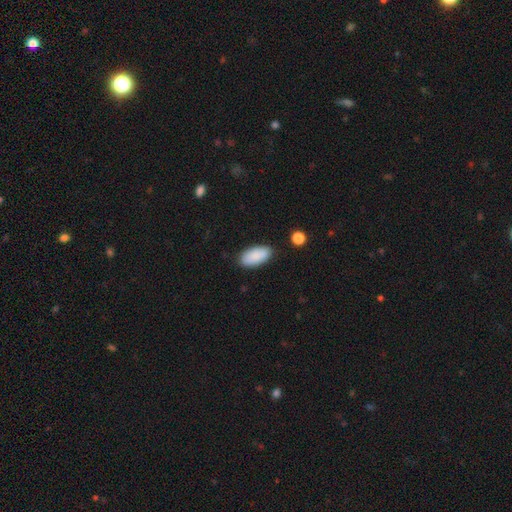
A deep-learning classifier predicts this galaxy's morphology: type=smooth (89%); roundness=in between (93%); merging=none (84%).